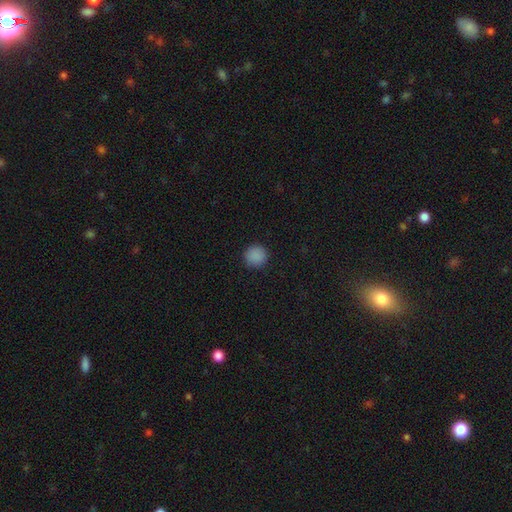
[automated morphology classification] smooth-or-featured: smooth: 88% | star or artifact: 10% | featured or disk: 3%
  how-rounded: round: 94% | in between: 5% | cigar-shaped: 1%
  merging: none: 91% | minor disturbance: 6% | major disturbance: 2% | merger: 1%